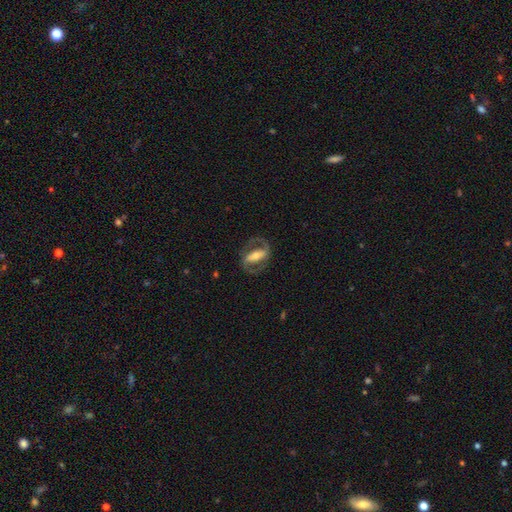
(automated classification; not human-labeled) A featured or disk galaxy (82%) with a strong bar (67%), 2 (89%) medium (51%) spiral arms (85%) and a moderate central bulge (53%). Merging: none (78%).